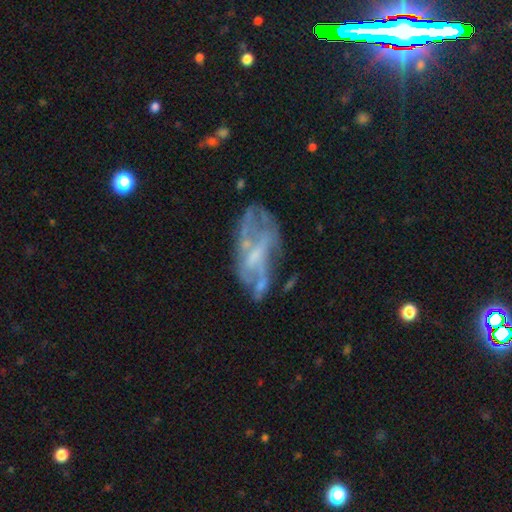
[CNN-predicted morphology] Smooth or featured? featured or disk (70%)
Edge-on disk? no (94%)
Bar? no (53%)
Spiral arms? no (55%)
Bulge size? none (43%)
Merging? none (39%)